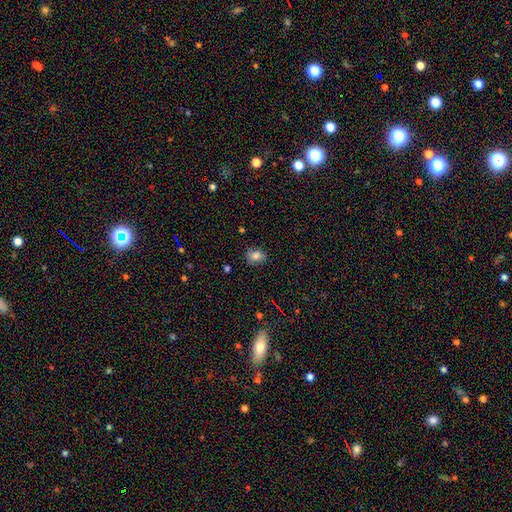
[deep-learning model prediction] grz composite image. It shows a smooth galaxy with no disk features (81%) that is in between round and cigar-shaped (57%). Merging: none (81%).